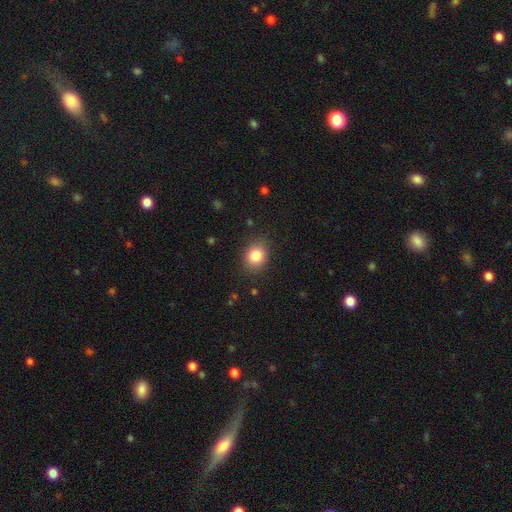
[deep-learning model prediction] Smooth or featured?
  - smooth: 83% *
  - star or artifact: 10%
  - featured or disk: 7%
How rounded?
  - round: 59% *
  - in between: 40%
  - cigar-shaped: 1%
Merging?
  - none: 86% *
  - minor disturbance: 10%
  - major disturbance: 3%
  - merger: 1%